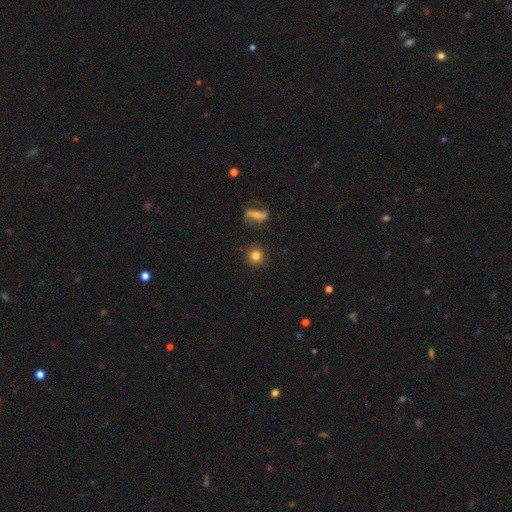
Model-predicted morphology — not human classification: Smooth or featured? Predicted: smooth (p=0.79). How rounded? Predicted: round (p=0.93). Merging? Predicted: none (p=0.87).